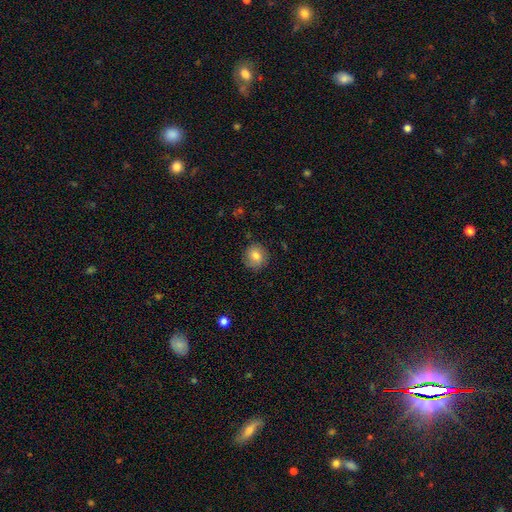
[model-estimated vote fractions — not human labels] smooth 80%, featured or disk 11%, star or artifact 9%. Down the decision tree: how rounded — round (88%); merging — none (85%).